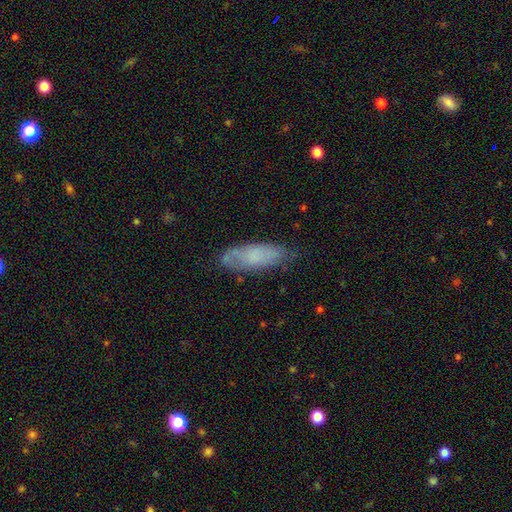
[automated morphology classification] Smooth or featured?
  - smooth: 65% *
  - featured or disk: 28%
  - star or artifact: 8%
How rounded?
  - in between: 63% *
  - cigar-shaped: 35%
  - round: 2%
Merging?
  - none: 65% *
  - minor disturbance: 26%
  - major disturbance: 7%
  - merger: 2%